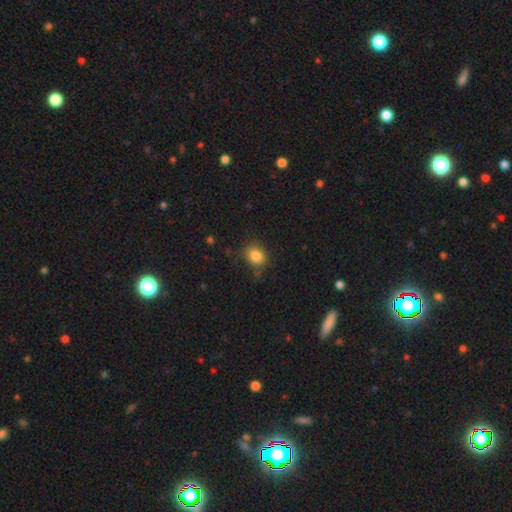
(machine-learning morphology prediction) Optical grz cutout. It shows a smooth galaxy with no disk features (84%) that is round (51%). Merging: none (76%).